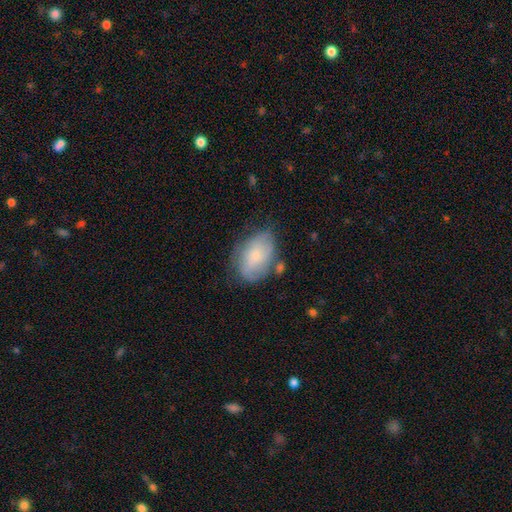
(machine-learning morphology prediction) Smooth or featured? smooth (59%)
How rounded? in between (86%)
Merging? none (57%)